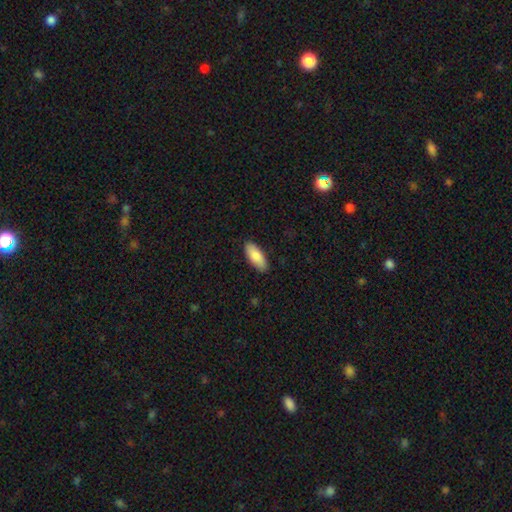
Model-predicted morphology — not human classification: smooth 86%, featured or disk 9%, star or artifact 6%. Down the decision tree: how rounded — in between (81%); merging — none (89%).